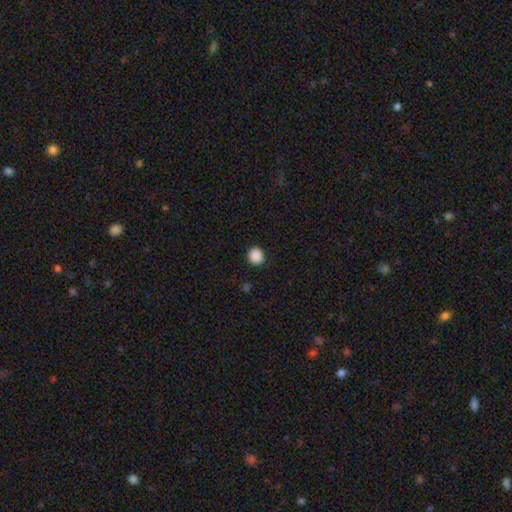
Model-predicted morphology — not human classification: A smooth galaxy with no disk features (89%) that is round (86%). Merging: none (90%).